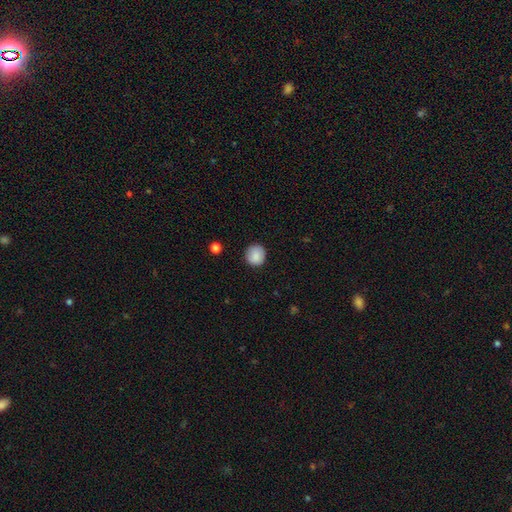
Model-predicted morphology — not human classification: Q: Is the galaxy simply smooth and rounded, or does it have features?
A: smooth — 86%.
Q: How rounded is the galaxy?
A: round — 91%.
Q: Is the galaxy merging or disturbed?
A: none — 87%.